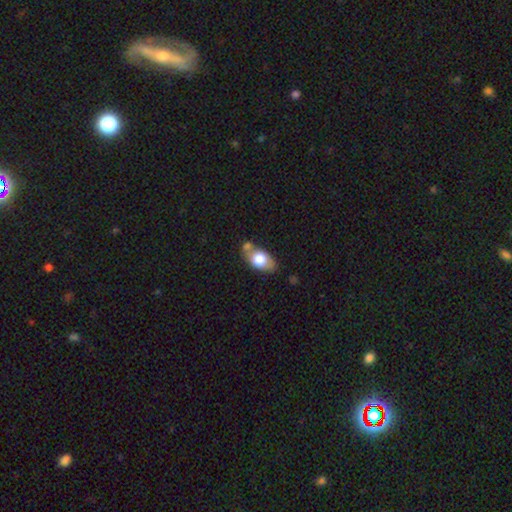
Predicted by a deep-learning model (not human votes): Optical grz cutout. It shows a smooth galaxy with no disk features (67%) that is in between round and cigar-shaped (81%). Merging: none (59%).